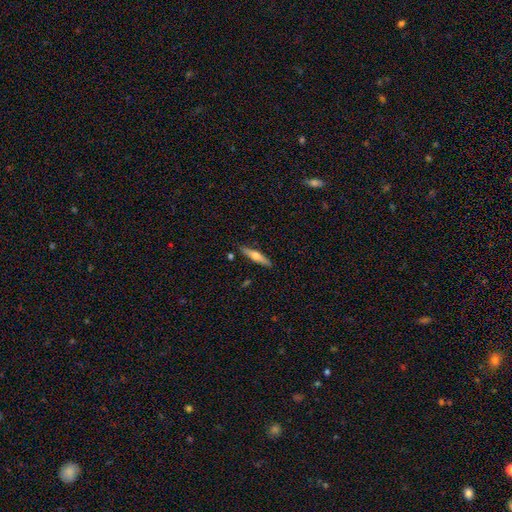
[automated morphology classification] This appears to be a featured or disk galaxy (53%) viewed edge-on (94%). Merging: none (88%).